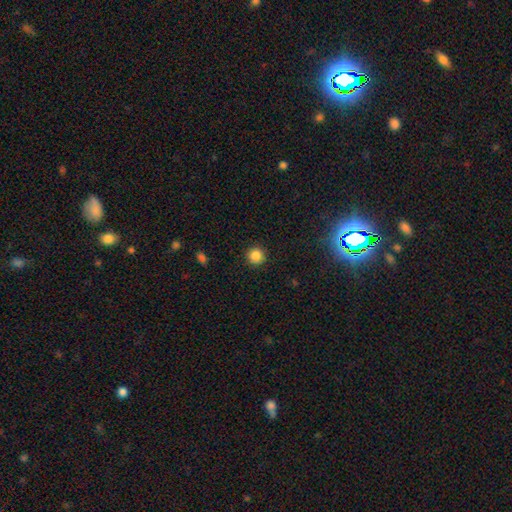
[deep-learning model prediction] A smooth galaxy with no disk features (85%) that is round (95%). Merging: none (92%).